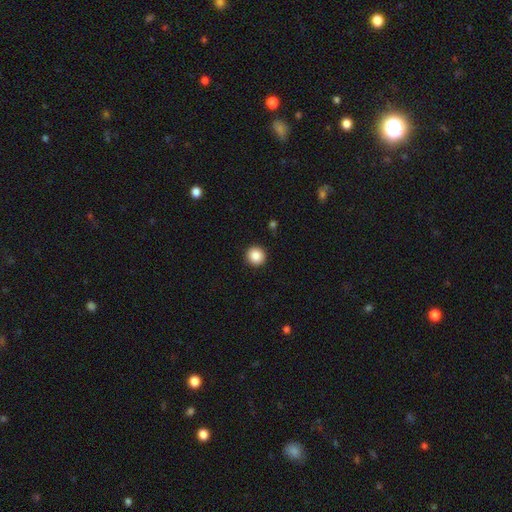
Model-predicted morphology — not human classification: A smooth galaxy with no disk features (87%) that is round (95%).

Vote fractions:
- Smooth or featured? smooth: 87% / star or artifact: 9% / featured or disk: 4%
- How rounded? round: 95% / in between: 5% / cigar-shaped: 1%
- Merging? none: 92% / minor disturbance: 5% / major disturbance: 2% / merger: 1%